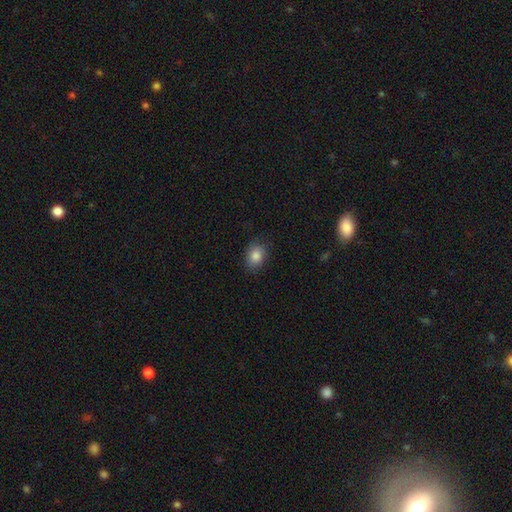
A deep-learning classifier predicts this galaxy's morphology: This appears to be a smooth galaxy with no disk features (86%) that is in between round and cigar-shaped (63%). Merging: none (82%).